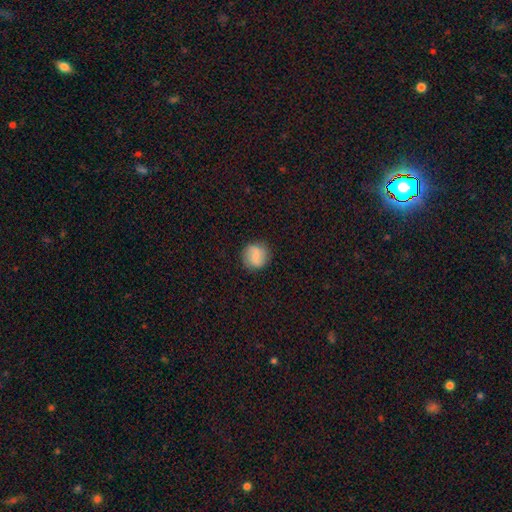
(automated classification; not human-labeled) This appears to be a smooth galaxy with no disk features (61%) that is round (90%). Merging: none (86%).